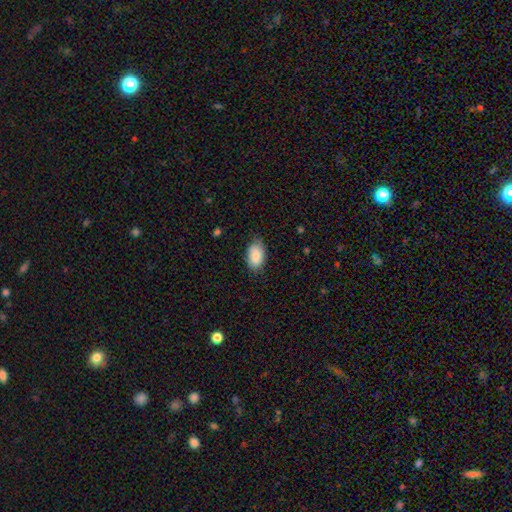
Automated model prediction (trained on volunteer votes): The model was most divided on "merging": none: 76%, minor disturbance: 19%, major disturbance: 3%, merger: 1%. More confident: how rounded — in between (93%); smooth or featured — smooth (87%).